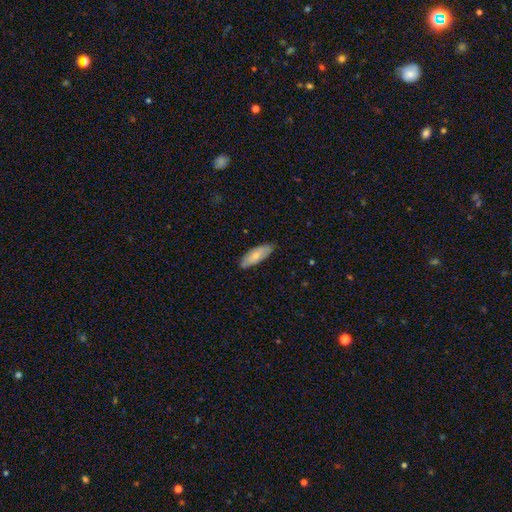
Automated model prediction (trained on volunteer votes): Smooth or featured: smooth — 72% (featured or disk — 22%)
How rounded: in between — 67% (cigar-shaped — 31%)
Merging: none — 82% (minor disturbance — 15%)